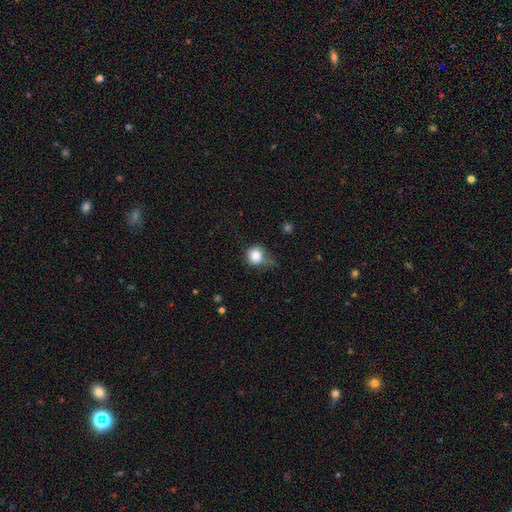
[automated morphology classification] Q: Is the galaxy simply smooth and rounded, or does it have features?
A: smooth — 82%.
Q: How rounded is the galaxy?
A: round — 87%.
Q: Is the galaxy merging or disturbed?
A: none — 49%.